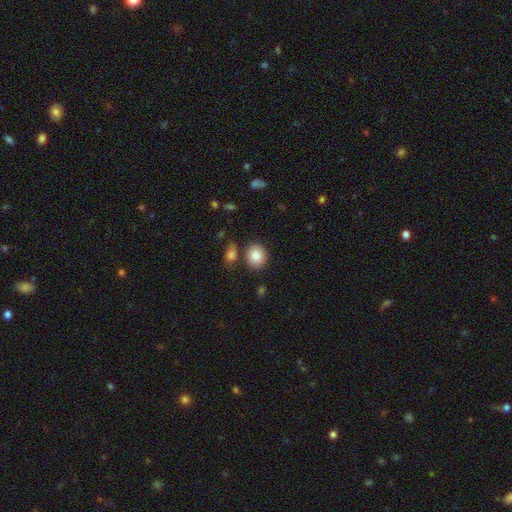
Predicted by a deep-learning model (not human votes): Q: Smooth or featured?
A: smooth (83%); runner-up: featured or disk (8%)
Q: How rounded?
A: round (58%); runner-up: in between (41%)
Q: Merging?
A: none (78%); runner-up: minor disturbance (10%)